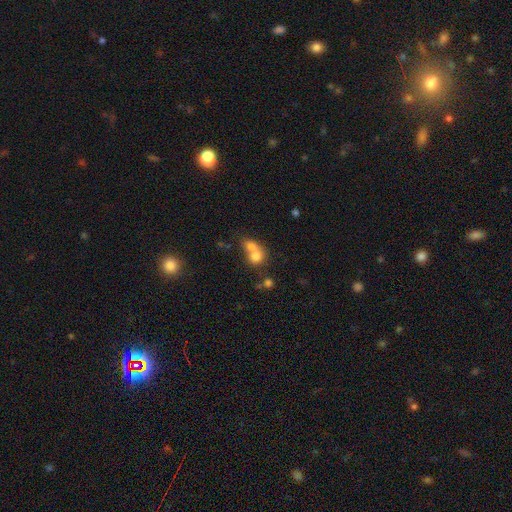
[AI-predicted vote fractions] This appears to be a smooth galaxy with no disk features (74%) that is round (68%). Merging: merger (66%).